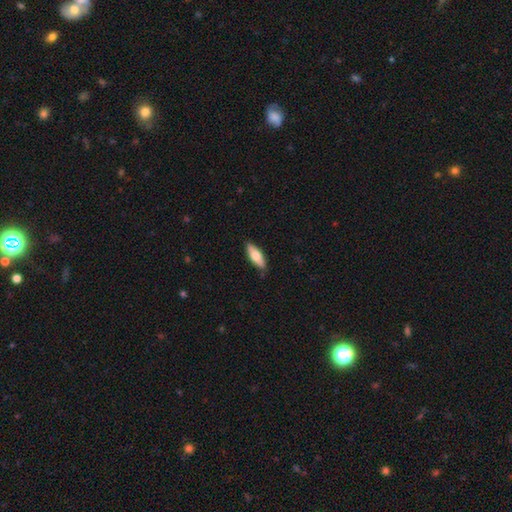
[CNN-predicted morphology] smooth 68%, featured or disk 26%, star or artifact 6%. Down the decision tree: how rounded — in between (63%); merging — none (83%).